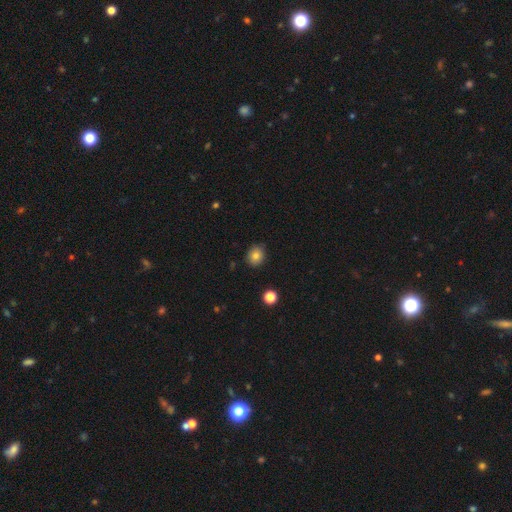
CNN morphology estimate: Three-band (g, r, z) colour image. It shows a smooth galaxy with no disk features (80%) that is round (70%). Merging: none (86%).